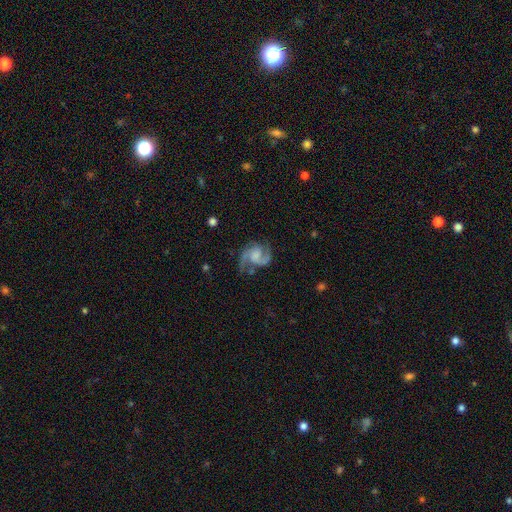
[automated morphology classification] smooth_or_featured: featured or disk (p=0.85) [alt: smooth p=0.09]
disk_edge_on: no (p=0.98) [alt: yes p=0.02]
bar: no (p=0.57) [alt: weak p=0.36]
has_spiral_arms: yes (p=0.97) [alt: no p=0.03]
spiral_winding: medium (p=0.55) [alt: loose p=0.28]
spiral_arm_count: 2 (p=0.74) [alt: 3 p=0.13]
bulge_size: none (p=0.37) [alt: moderate p=0.25]
merging: none (p=0.63) [alt: minor disturbance p=0.20]